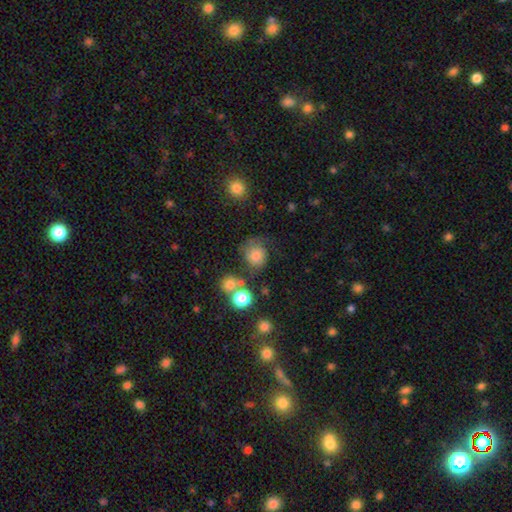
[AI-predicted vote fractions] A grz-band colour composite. It shows a smooth galaxy with no disk features (75%) that is round (78%). Merging: none (58%).